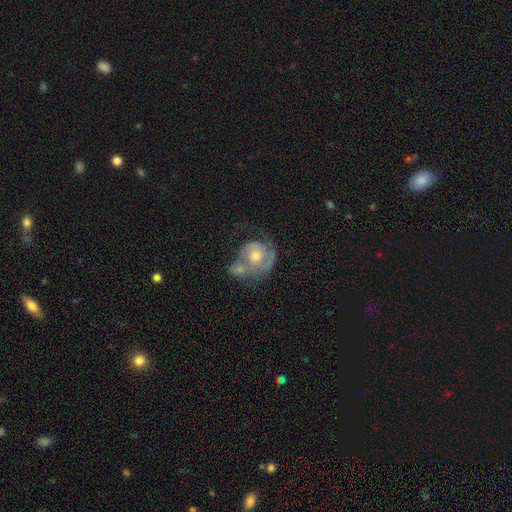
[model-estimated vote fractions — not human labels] Morphology: type=featured or disk (69%); edge-on=no (97%); bar=no (78%); spiral arms=yes (78%); winding=tight (50%); arm count=2 (45%); bulge=moderate (67%); merging=merger (39%).